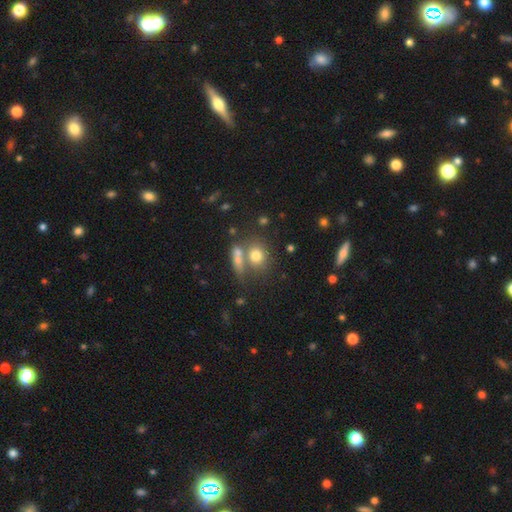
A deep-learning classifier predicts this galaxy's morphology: The model was most divided on "merging": none: 51%, merger: 32%, minor disturbance: 11%, major disturbance: 6%. More confident: smooth or featured — smooth (75%); how rounded — round (67%).